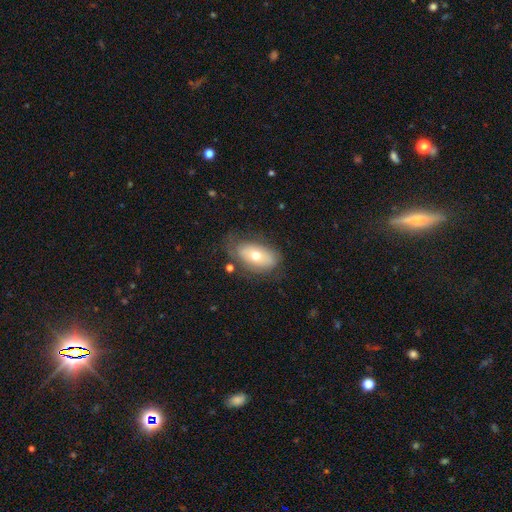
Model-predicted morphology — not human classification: smooth 58%, featured or disk 34%, star or artifact 8%. Down the decision tree: how rounded — in between (90%); merging — none (62%).